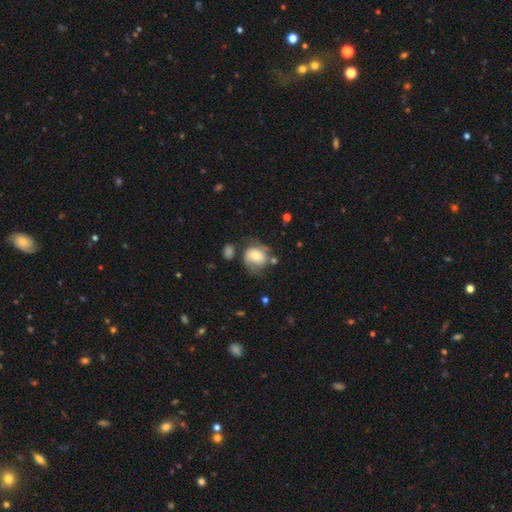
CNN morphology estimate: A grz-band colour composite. It shows a smooth galaxy with no disk features (52%) that is round (65%). Merging: none (46%).